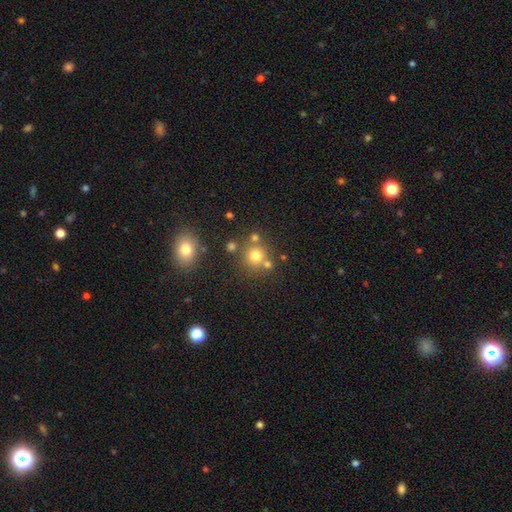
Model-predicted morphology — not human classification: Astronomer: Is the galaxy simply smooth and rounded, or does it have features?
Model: smooth — 74%.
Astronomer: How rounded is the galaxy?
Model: round — 89%.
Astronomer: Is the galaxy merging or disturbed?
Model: none — 68%.